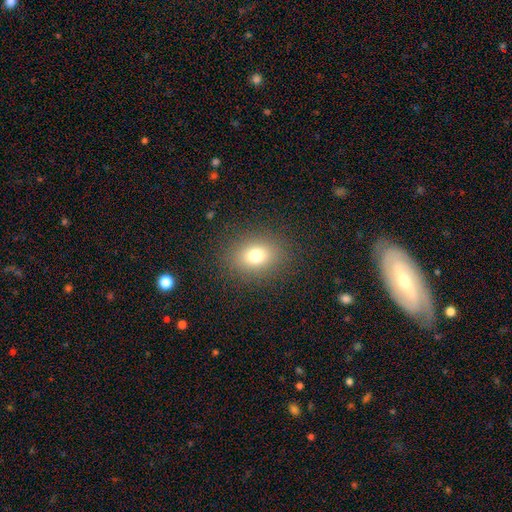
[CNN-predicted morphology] Overall: smooth (76%). How rounded: in between (53%; round 46%). Merging: none (87%).